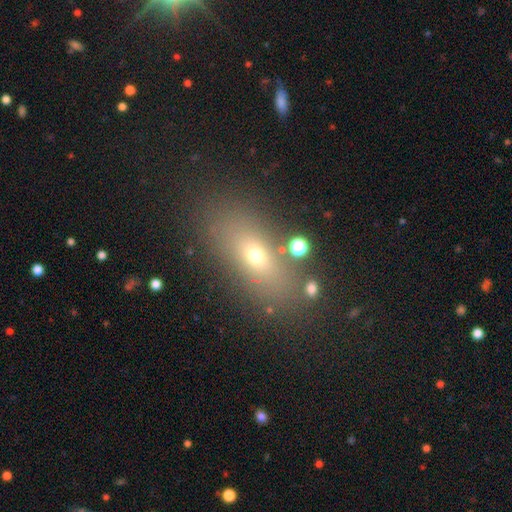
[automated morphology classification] Smooth or featured? smooth (62%)
How rounded? in between (71%)
Merging? none (80%)